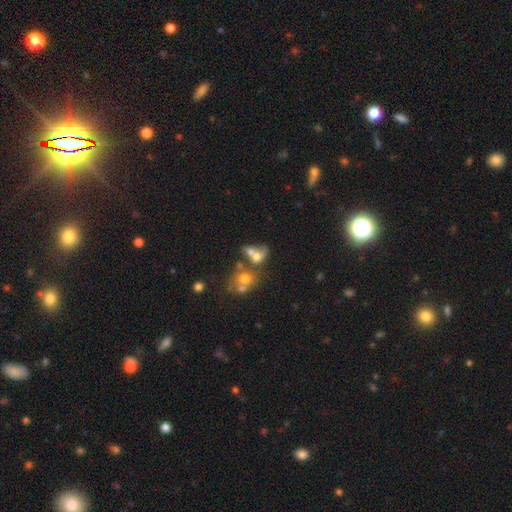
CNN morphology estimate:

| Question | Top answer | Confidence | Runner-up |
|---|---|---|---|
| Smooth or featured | smooth | 53% | featured or disk (32%) |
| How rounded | in between | 55% | round (43%) |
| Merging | merger | 59% | none (19%) |